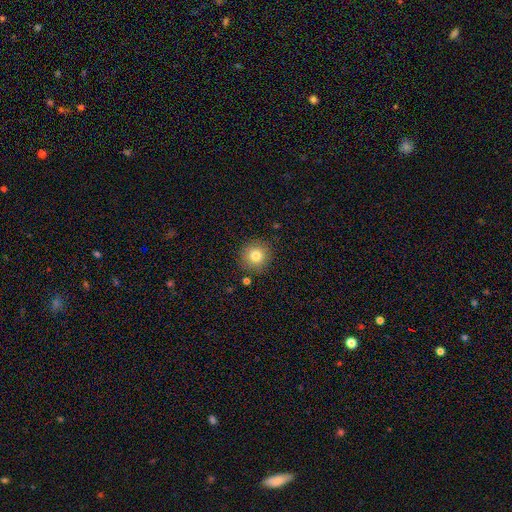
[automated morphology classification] Smooth or featured? smooth (80%)
How rounded? round (93%)
Merging? none (87%)